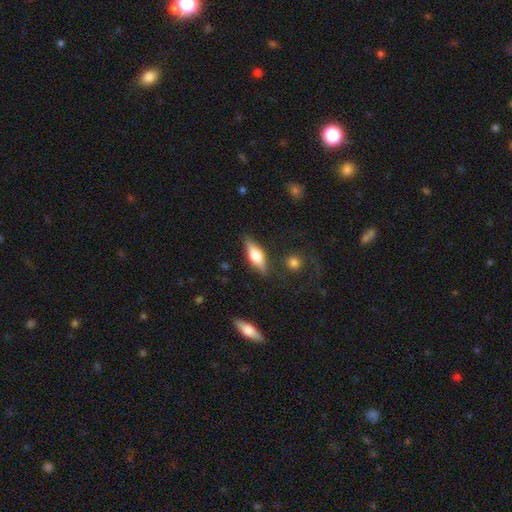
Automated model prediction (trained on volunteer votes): Morphology: type=smooth (50%); roundness=in between (59%); merging=none (83%).